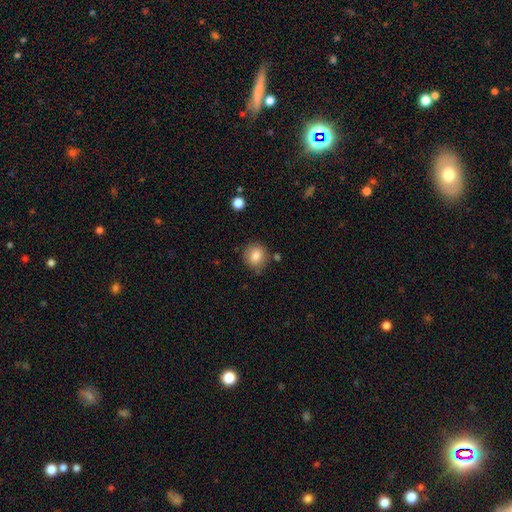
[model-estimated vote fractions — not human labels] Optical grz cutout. It shows a smooth galaxy with no disk features (84%) that is round (84%). Merging: none (81%).